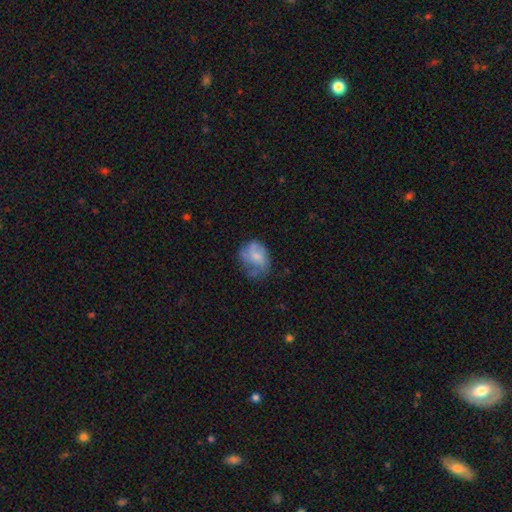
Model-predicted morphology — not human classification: smooth-or-featured: smooth: 48% | featured or disk: 43% | star or artifact: 9%
  merging: none: 43% | minor disturbance: 31% | major disturbance: 23% | merger: 3%